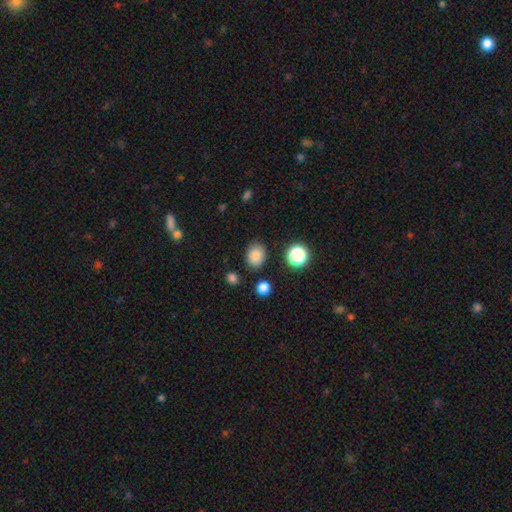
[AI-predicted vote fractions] Smooth or featured: smooth — 84% (star or artifact — 11%)
How rounded: in between — 59% (round — 40%)
Merging: none — 82% (minor disturbance — 11%)